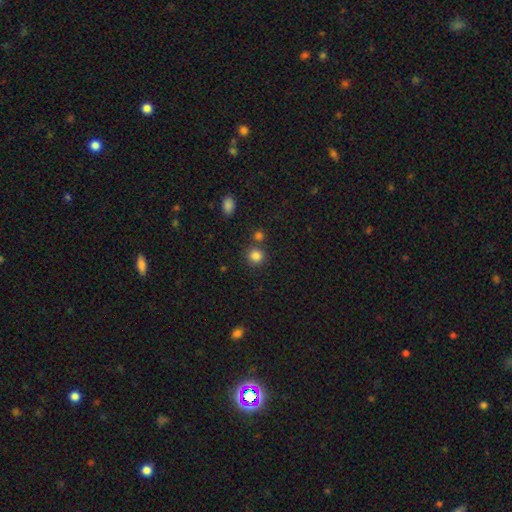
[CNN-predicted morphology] smooth-or-featured: smooth: 84% | star or artifact: 12% | featured or disk: 4%
  how-rounded: round: 89% | in between: 10% | cigar-shaped: 1%
  merging: none: 76% | merger: 13% | minor disturbance: 8% | major disturbance: 3%